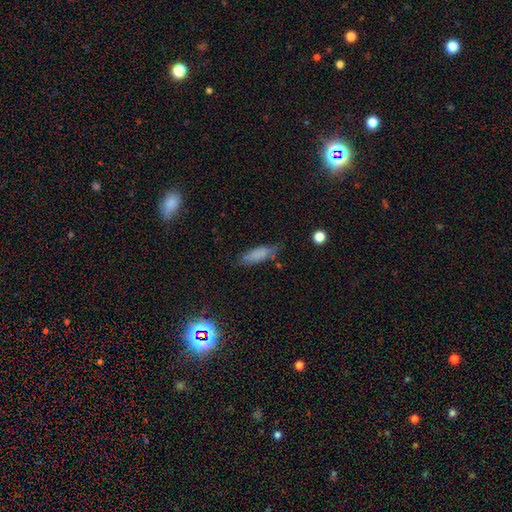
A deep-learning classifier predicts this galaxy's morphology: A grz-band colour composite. It shows a smooth galaxy with no disk features (76%) that is in between round and cigar-shaped (57%). Merging: none (67%).